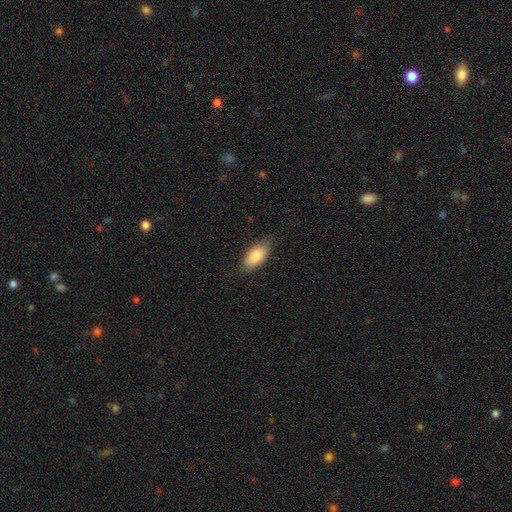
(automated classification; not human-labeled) The model was most divided on "merging": none: 73%, minor disturbance: 22%, major disturbance: 4%, merger: 1%. More confident: how rounded — in between (89%); smooth or featured — smooth (78%).